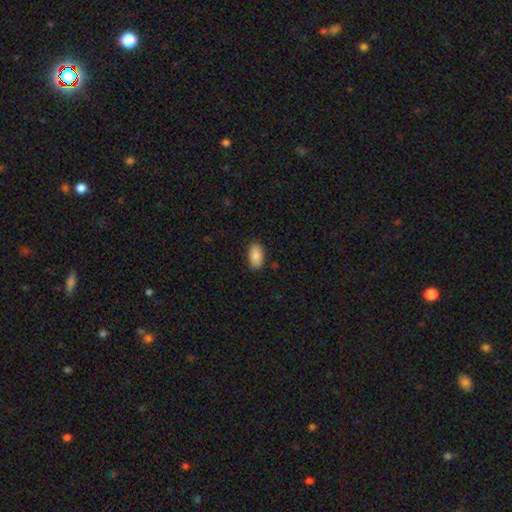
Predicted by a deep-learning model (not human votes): A smooth galaxy with no disk features (87%) that is in between round and cigar-shaped (94%). Merging: none (86%).